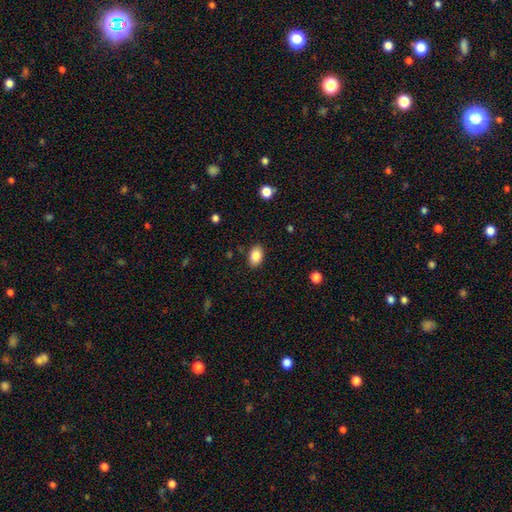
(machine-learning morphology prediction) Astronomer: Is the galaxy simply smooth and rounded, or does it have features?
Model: smooth — 87%.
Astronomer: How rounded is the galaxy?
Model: in between — 87%.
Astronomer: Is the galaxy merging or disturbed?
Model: none — 87%.